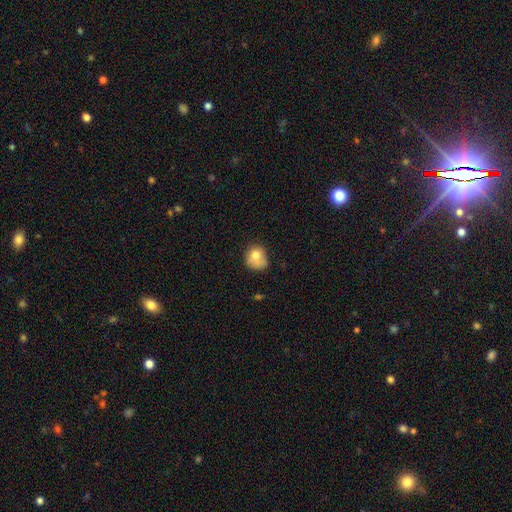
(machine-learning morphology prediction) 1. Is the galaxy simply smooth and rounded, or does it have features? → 74% smooth, 16% featured or disk, 10% star or artifact.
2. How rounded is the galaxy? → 64% round, 35% in between, 1% cigar-shaped.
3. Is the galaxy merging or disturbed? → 41% none, 31% minor disturbance, 16% major disturbance, 12% merger.